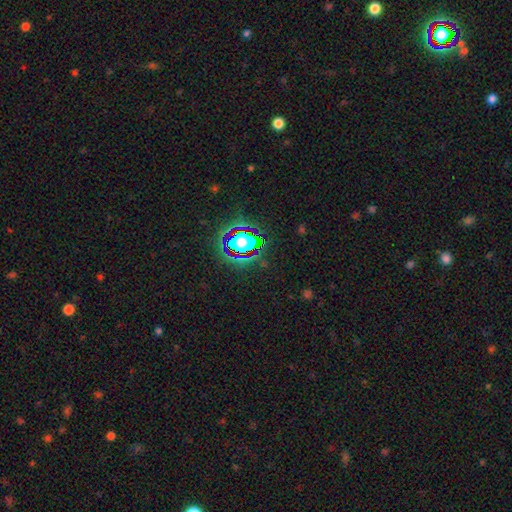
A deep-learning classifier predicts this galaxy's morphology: The model was most divided on "smooth or featured": star or artifact: 82%, smooth: 10%, featured or disk: 8%.